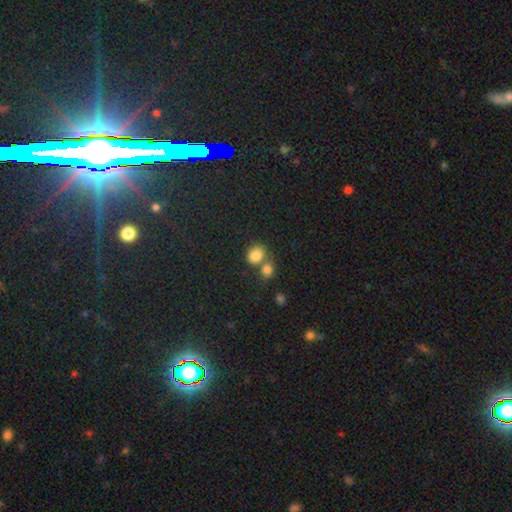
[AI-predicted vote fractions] The model was most divided on "merging": merger: 45%, none: 42%, minor disturbance: 9%, major disturbance: 4%. More confident: smooth or featured — smooth (82%); how rounded — round (63%).